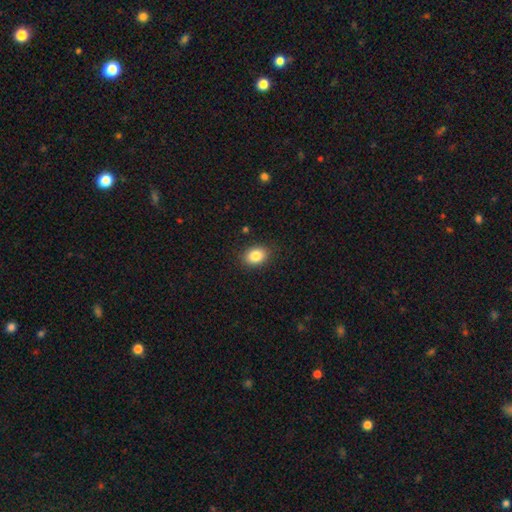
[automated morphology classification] Overall: smooth (85%). How rounded: in between (65%; round 34%). Merging: none (88%).